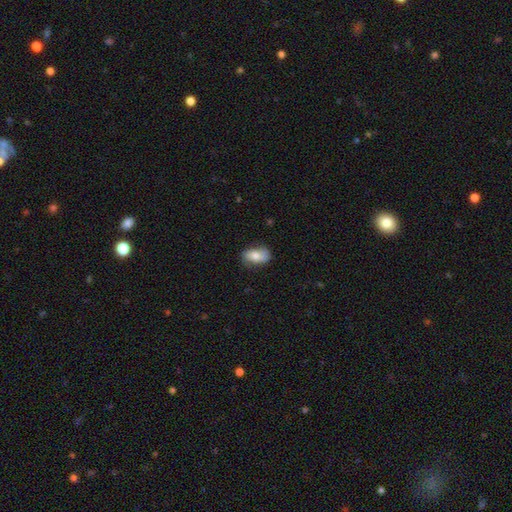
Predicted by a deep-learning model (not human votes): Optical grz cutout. It shows a smooth galaxy with no disk features (67%) that is in between round and cigar-shaped (88%). Merging: none (75%).